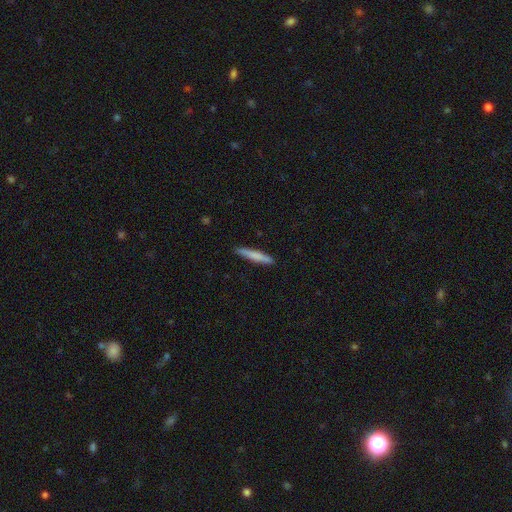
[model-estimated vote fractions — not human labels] Smooth or featured?
  - smooth: 75% *
  - featured or disk: 20%
  - star or artifact: 5%
How rounded?
  - cigar-shaped: 94% *
  - in between: 5%
  - round: 1%
Merging?
  - none: 89% *
  - minor disturbance: 8%
  - major disturbance: 2%
  - merger: 1%